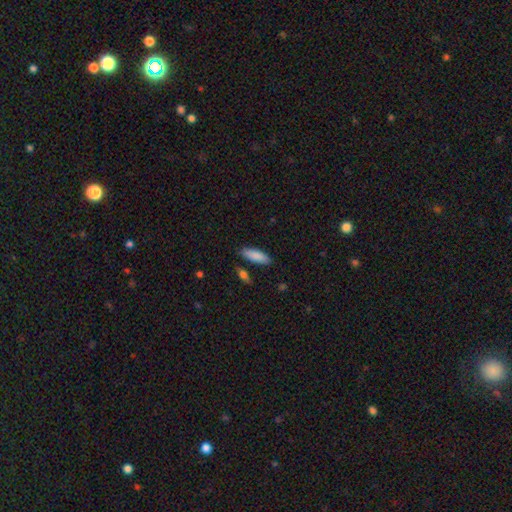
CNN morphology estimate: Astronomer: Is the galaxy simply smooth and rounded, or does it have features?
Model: smooth — 87%.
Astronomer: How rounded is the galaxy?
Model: in between — 60% (runner-up: cigar-shaped, 38%).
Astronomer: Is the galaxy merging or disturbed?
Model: none — 82%.